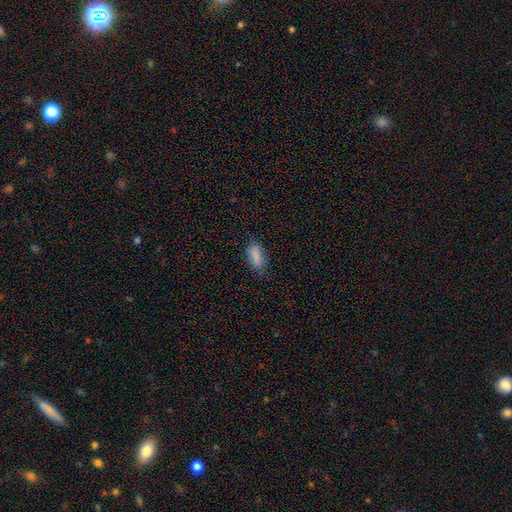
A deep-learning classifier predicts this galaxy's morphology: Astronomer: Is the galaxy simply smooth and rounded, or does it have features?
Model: smooth — 86%.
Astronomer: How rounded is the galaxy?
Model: in between — 80%.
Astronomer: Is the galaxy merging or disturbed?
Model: none — 78%.